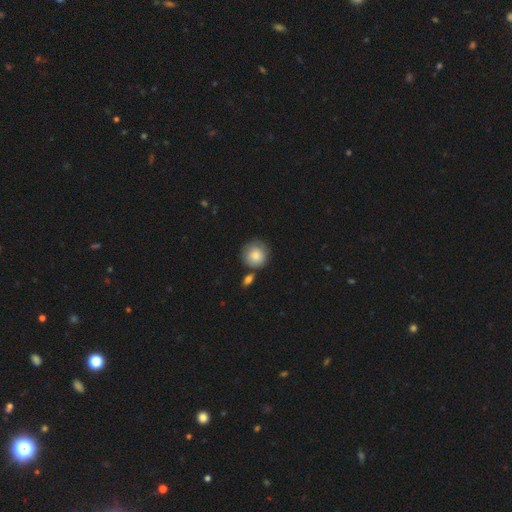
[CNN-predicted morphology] type=smooth (83%); roundness=round (92%); merging=none (69%).